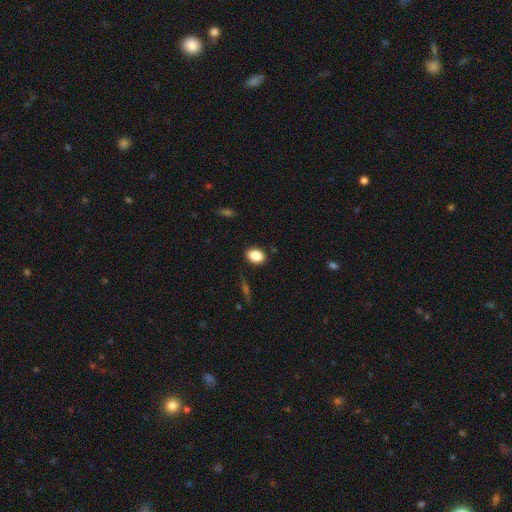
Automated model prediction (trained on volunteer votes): Overall: smooth (86%). How rounded: in between (71%). Merging: none (87%).